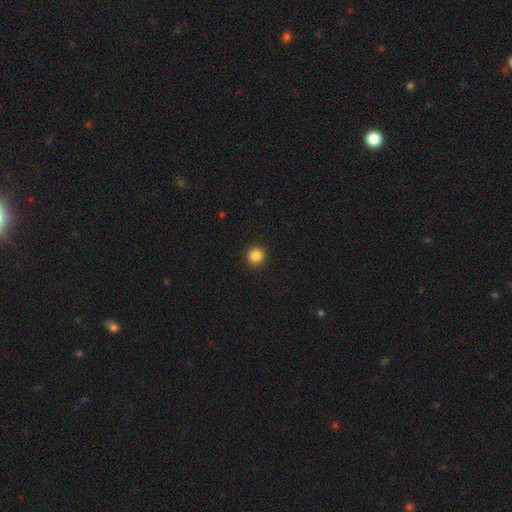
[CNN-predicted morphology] A smooth galaxy with no disk features (86%) that is round (94%).

Vote fractions:
- Smooth or featured? smooth: 86% / star or artifact: 11% / featured or disk: 4%
- How rounded? round: 94% / in between: 5% / cigar-shaped: 1%
- Merging? none: 93% / minor disturbance: 4% / major disturbance: 2% / merger: 1%